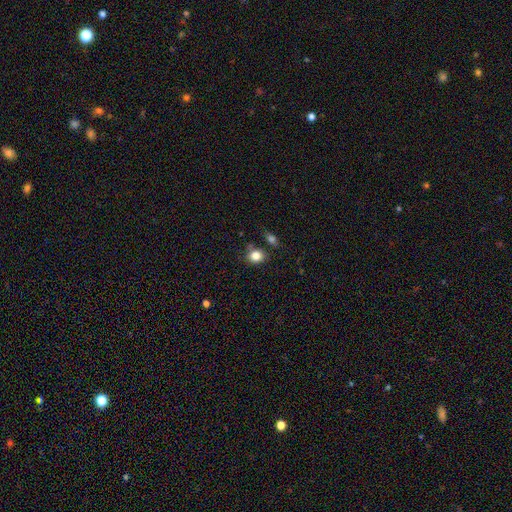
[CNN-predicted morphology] Overall: smooth (83%). How rounded: round (62%; in between 37%). Merging: none (72%).